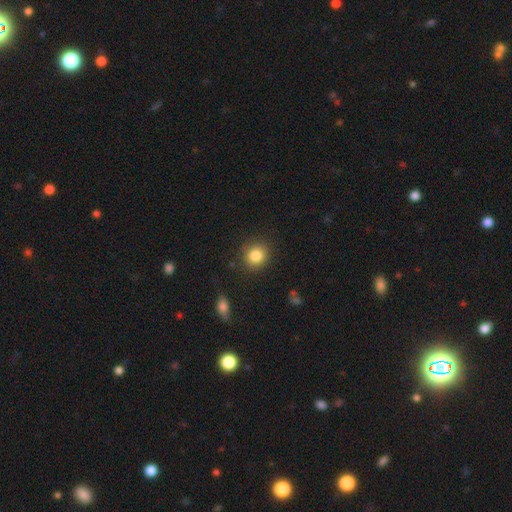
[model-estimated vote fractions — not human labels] smooth 84%, star or artifact 10%, featured or disk 6%. Down the decision tree: how rounded — round (85%); merging — none (87%).